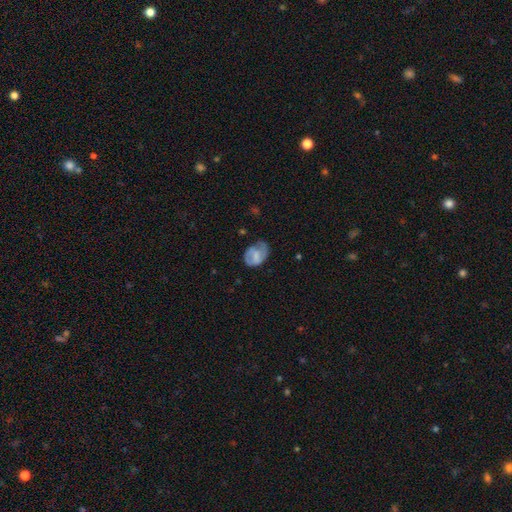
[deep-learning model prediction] This appears to be a smooth galaxy with no disk features (46%, tied with featured or disk). Merging: none (48%).